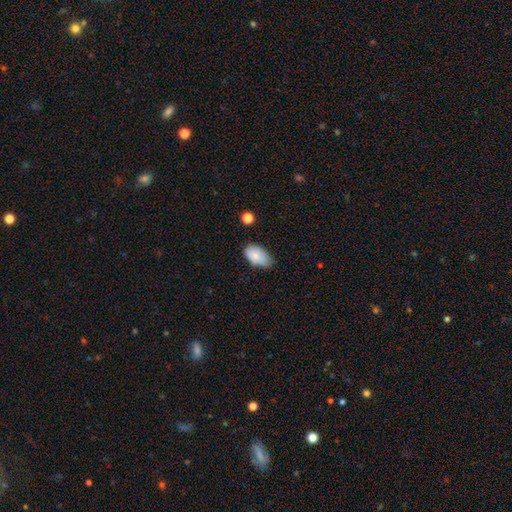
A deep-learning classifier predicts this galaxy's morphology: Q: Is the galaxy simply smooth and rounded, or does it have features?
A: smooth — 83%.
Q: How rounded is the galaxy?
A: in between — 93%.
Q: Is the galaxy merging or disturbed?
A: none — 60%.